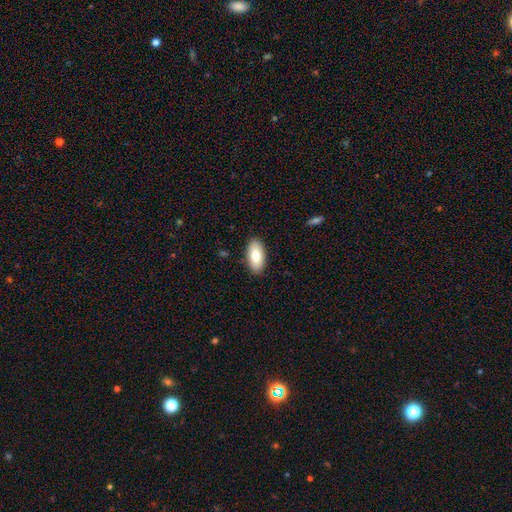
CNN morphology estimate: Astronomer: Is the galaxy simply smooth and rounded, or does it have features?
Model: smooth — 79%.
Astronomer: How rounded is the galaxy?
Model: in between — 92%.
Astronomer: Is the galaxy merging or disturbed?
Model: none — 89%.